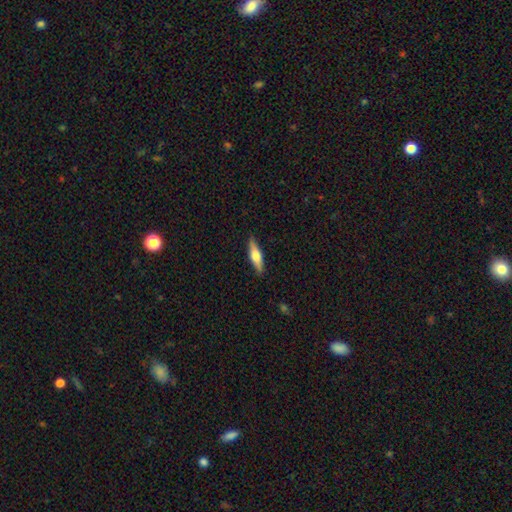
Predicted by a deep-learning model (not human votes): Morphology: type=smooth (49%); merging=none (89%).